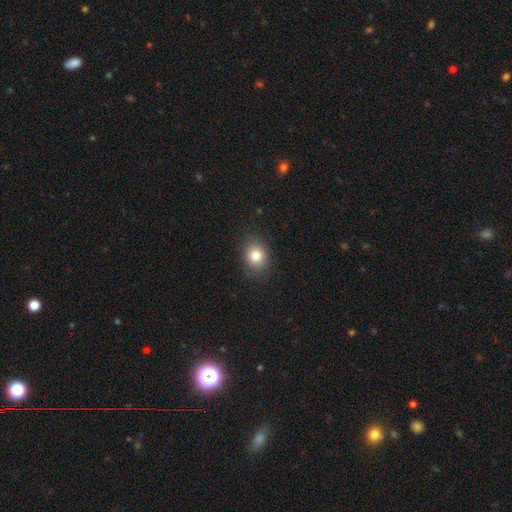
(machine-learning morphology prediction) smooth-or-featured: smooth: 82% | star or artifact: 10% | featured or disk: 7%
  how-rounded: round: 55% | in between: 44% | cigar-shaped: 1%
  merging: none: 84% | minor disturbance: 11% | major disturbance: 3% | merger: 1%